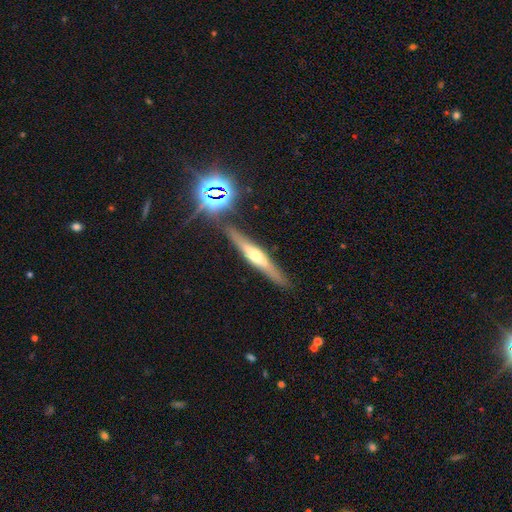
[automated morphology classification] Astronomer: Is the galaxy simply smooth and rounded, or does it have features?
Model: featured or disk — 61%.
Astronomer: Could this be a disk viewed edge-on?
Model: yes — 95%.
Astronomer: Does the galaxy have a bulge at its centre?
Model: rounded — 81%.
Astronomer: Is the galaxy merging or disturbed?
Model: none — 85%.